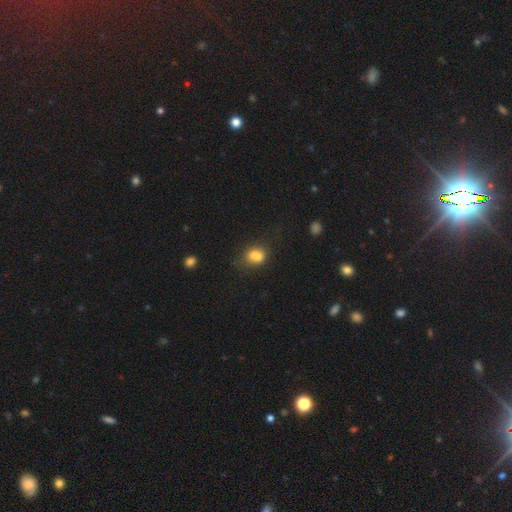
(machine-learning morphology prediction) Smooth or featured: smooth — 73% (featured or disk — 15%)
How rounded: in between — 53% (round — 46%)
Merging: none — 39% (tied with merger — 39%)